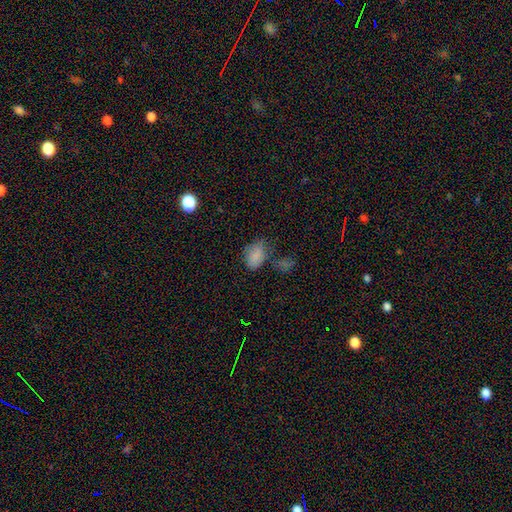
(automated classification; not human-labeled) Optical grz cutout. It shows a smooth galaxy with no disk features (79%) that is in between round and cigar-shaped (84%). Merging: none (49%).